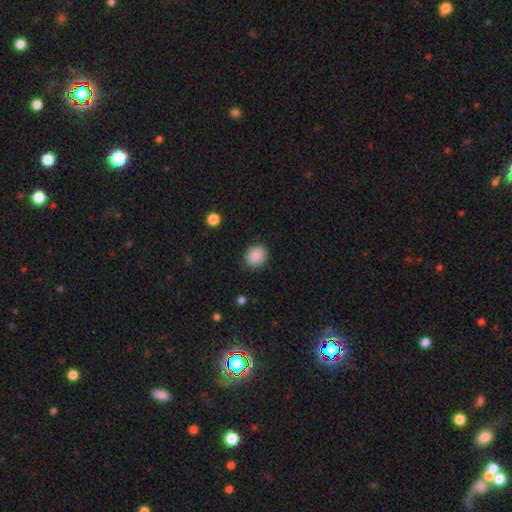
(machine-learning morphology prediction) type=smooth (88%); roundness=round (69%); merging=none (87%).